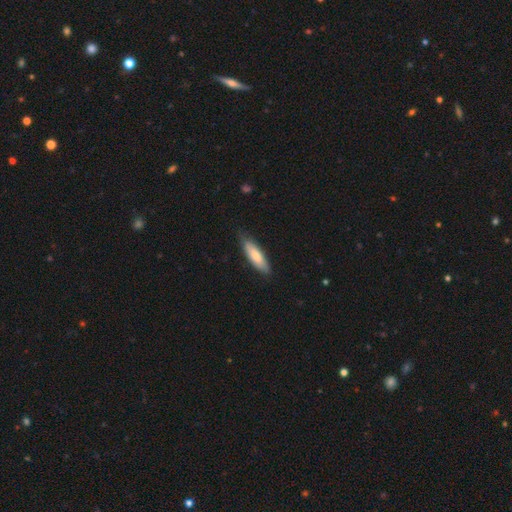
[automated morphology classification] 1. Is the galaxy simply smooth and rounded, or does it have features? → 75% smooth, 20% featured or disk, 5% star or artifact.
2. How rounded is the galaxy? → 51% cigar-shaped, 47% in between, 2% round.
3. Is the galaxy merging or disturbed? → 78% none, 18% minor disturbance, 3% major disturbance, 1% merger.